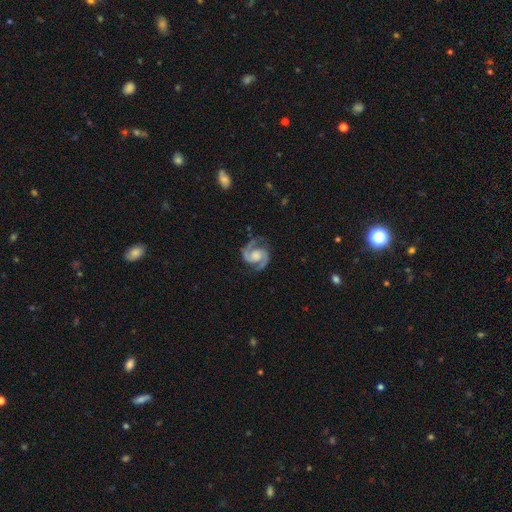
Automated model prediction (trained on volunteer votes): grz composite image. It shows a featured or disk galaxy (92%) with no bar (60%), 2 (94%) medium (60%) spiral arms (98%) and a moderate central bulge (33%). Merging: none (79%).